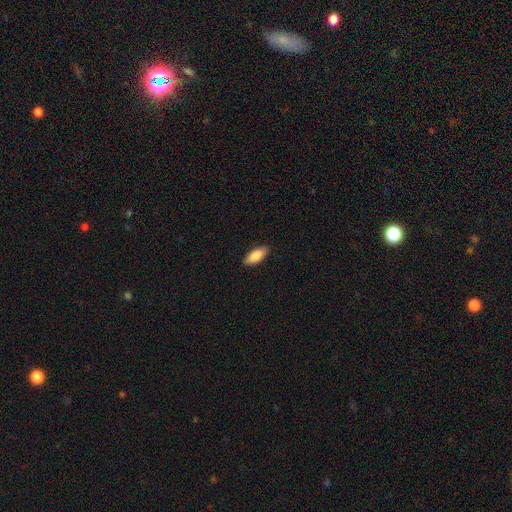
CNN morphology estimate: A smooth galaxy with no disk features (85%) that is in between round and cigar-shaped (82%).

Vote fractions:
- Smooth or featured? smooth: 85% / featured or disk: 9% / star or artifact: 6%
- How rounded? in between: 82% / cigar-shaped: 16% / round: 2%
- Merging? none: 88% / minor disturbance: 10% / major disturbance: 2% / merger: 1%